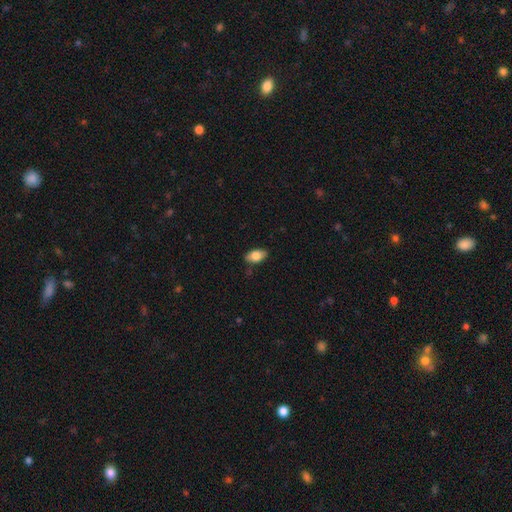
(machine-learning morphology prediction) Smooth or featured?
  - smooth: 81% *
  - featured or disk: 12%
  - star or artifact: 7%
How rounded?
  - in between: 92% *
  - round: 5%
  - cigar-shaped: 3%
Merging?
  - none: 83% *
  - minor disturbance: 13%
  - major disturbance: 2%
  - merger: 1%